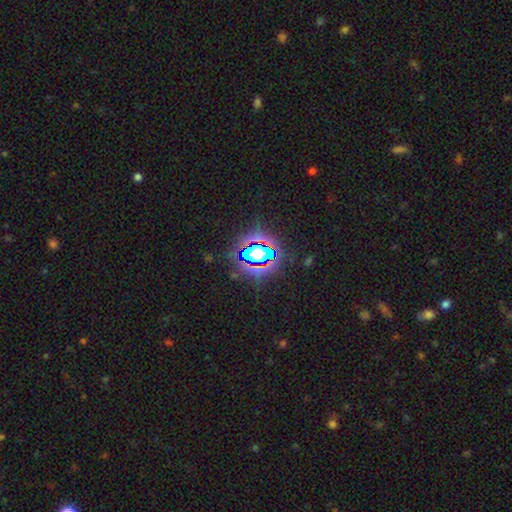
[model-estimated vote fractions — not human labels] The model was most divided on "smooth or featured": star or artifact: 72%, smooth: 18%, featured or disk: 10%.